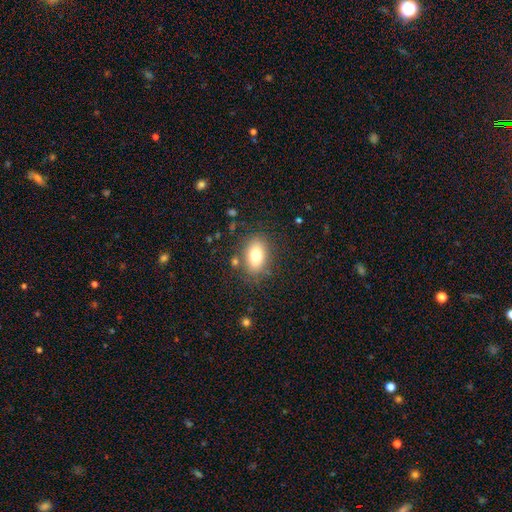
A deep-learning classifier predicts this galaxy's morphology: Q: Smooth or featured?
A: smooth (76%); runner-up: featured or disk (15%)
Q: How rounded?
A: in between (85%); runner-up: round (12%)
Q: Merging?
A: none (81%); runner-up: minor disturbance (12%)